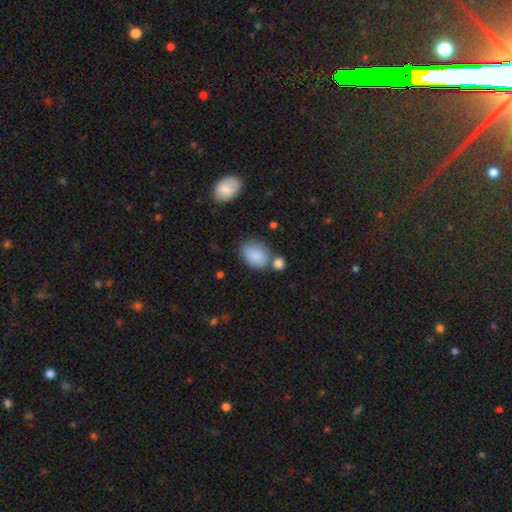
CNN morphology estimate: A smooth galaxy with no disk features (86%) that is in between round and cigar-shaped (79%). Merging: none (53%).